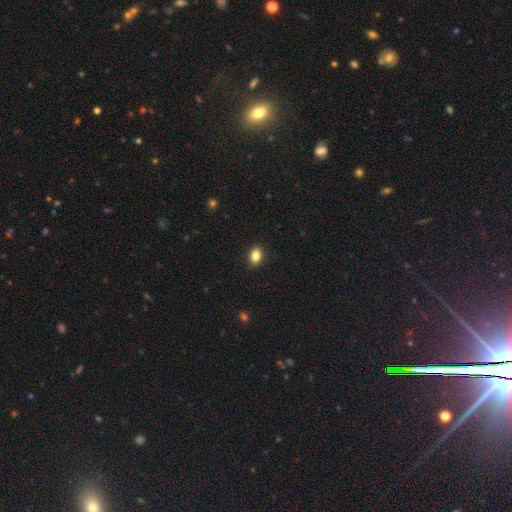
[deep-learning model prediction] smooth 85%, star or artifact 9%, featured or disk 6%. Down the decision tree: how rounded — in between (77%); merging — none (90%).